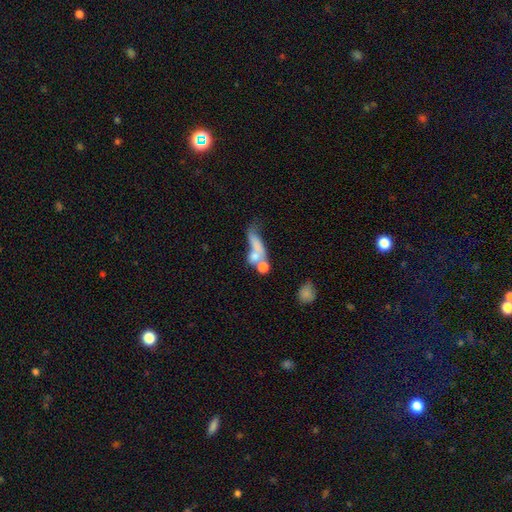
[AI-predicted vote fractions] This appears to be a smooth galaxy with no disk features (61%) that is in between round and cigar-shaped (46%). Merging: merger (47%).